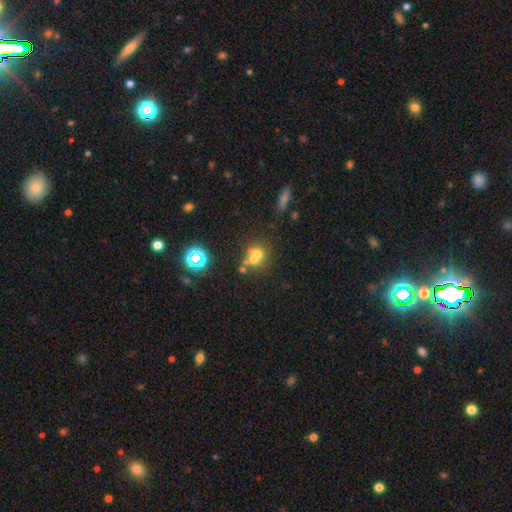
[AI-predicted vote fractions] Smooth or featured?
  - smooth: 54% *
  - featured or disk: 24%
  - star or artifact: 22%
How rounded?
  - round: 76% *
  - in between: 23%
  - cigar-shaped: 1%
Merging?
  - merger: 50% *
  - none: 36%
  - minor disturbance: 9%
  - major disturbance: 5%